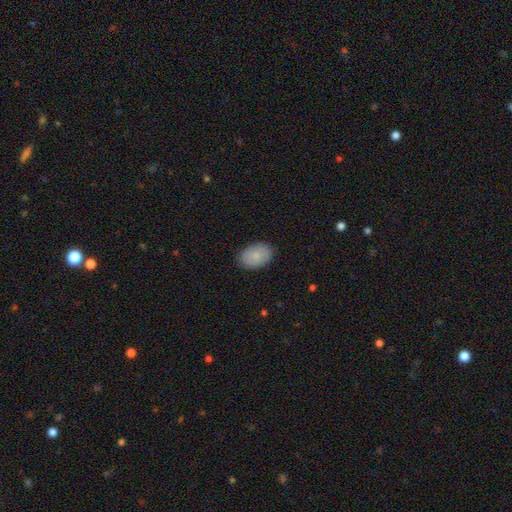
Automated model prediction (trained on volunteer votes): Smooth or featured: smooth — 82% (featured or disk — 11%)
How rounded: in between — 84% (round — 15%)
Merging: none — 87% (minor disturbance — 10%)